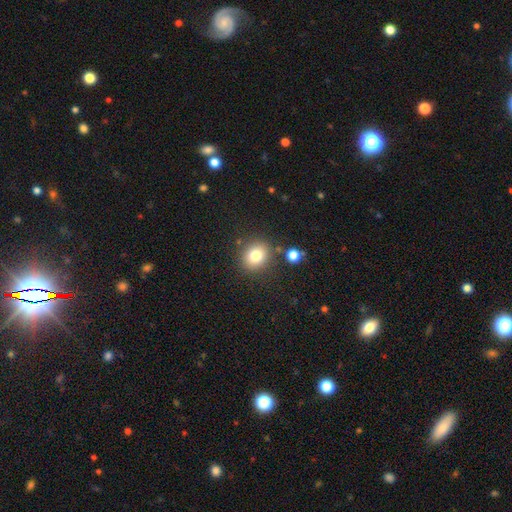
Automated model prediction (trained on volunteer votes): Q: Smooth or featured?
A: smooth (80%); runner-up: star or artifact (12%)
Q: How rounded?
A: round (71%); runner-up: in between (28%)
Q: Merging?
A: none (82%); runner-up: minor disturbance (9%)